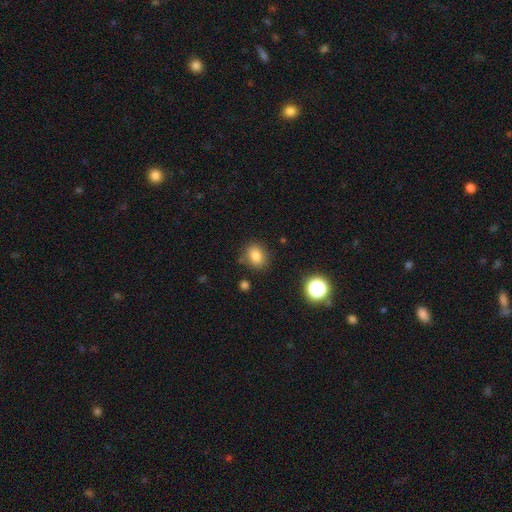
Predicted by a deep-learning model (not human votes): This is clearly a smooth galaxy (82%). How rounded: possibly in between (56%). Merging: clearly none (81%).